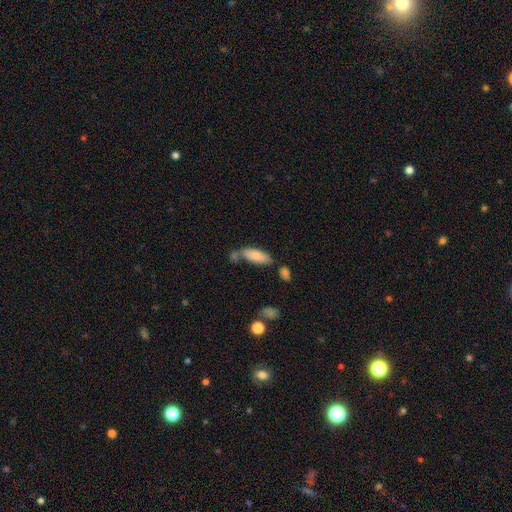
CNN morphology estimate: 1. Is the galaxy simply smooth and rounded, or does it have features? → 78% smooth, 16% featured or disk, 7% star or artifact.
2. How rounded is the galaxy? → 72% in between, 27% cigar-shaped, 2% round.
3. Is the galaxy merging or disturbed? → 57% none, 19% minor disturbance, 19% merger, 5% major disturbance.